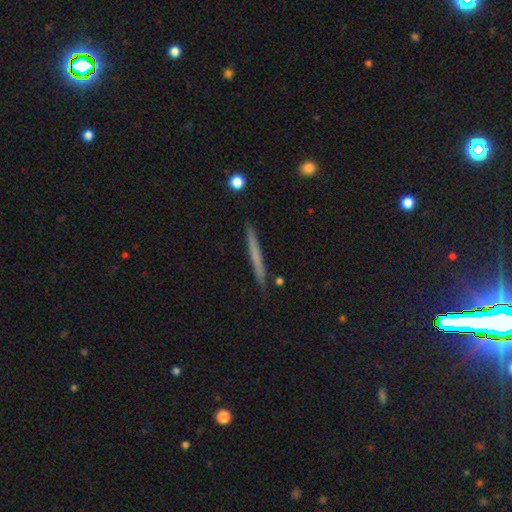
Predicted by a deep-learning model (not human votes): A smooth galaxy with no disk features (57%) that is cigar-shaped (97%).

Vote fractions:
- Smooth or featured? smooth: 57% / featured or disk: 36% / star or artifact: 7%
- How rounded? cigar-shaped: 97% / in between: 2% / round: 2%
- Merging? none: 91% / minor disturbance: 6% / merger: 1% / major disturbance: 1%